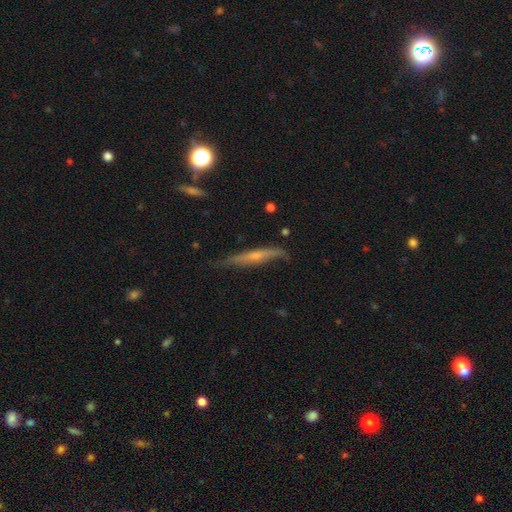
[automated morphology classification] The model was most divided on "edge-on bulge": rounded: 60%, none: 33%, boxy: 7%. More confident: edge-on disk — yes (89%); merging — none (71%); smooth or featured — featured or disk (60%).